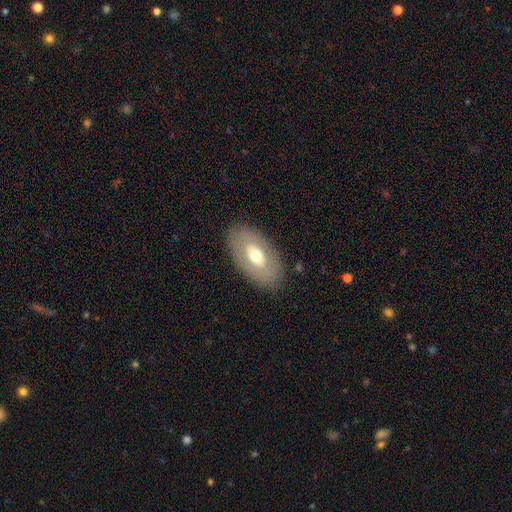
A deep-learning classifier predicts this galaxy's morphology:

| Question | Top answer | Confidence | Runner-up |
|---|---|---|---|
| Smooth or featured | smooth | 51% | featured or disk (43%) |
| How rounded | in between | 92% | round (5%) |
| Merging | none | 84% | minor disturbance (11%) |